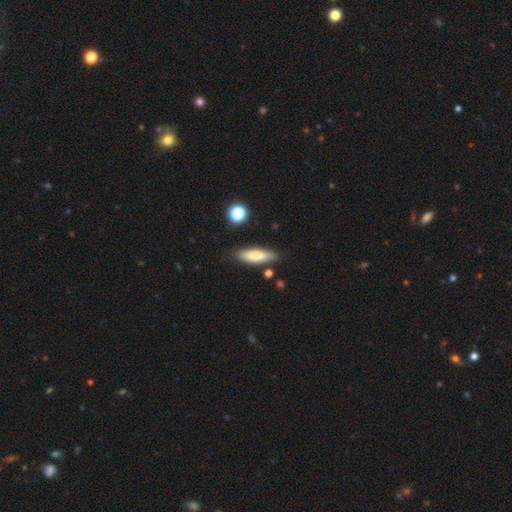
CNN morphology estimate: type=smooth (78%); roundness=cigar-shaped (59%); merging=none (82%).